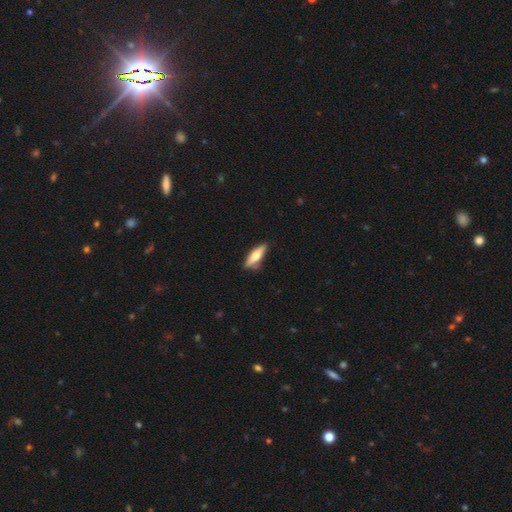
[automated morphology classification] Smooth or featured?
  - smooth: 62% *
  - featured or disk: 32%
  - star or artifact: 6%
How rounded?
  - cigar-shaped: 58% *
  - in between: 40%
  - round: 2%
Merging?
  - none: 75% *
  - minor disturbance: 18%
  - major disturbance: 4%
  - merger: 3%